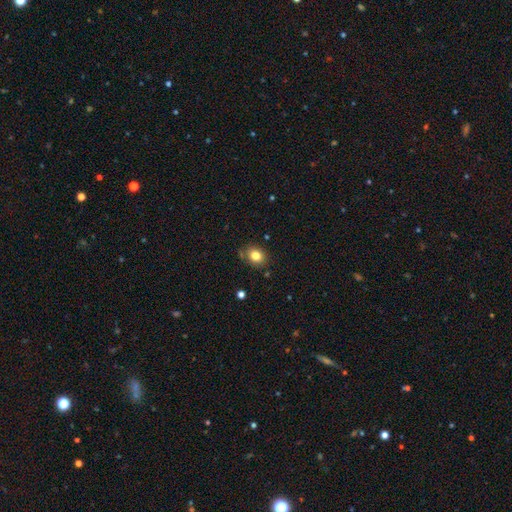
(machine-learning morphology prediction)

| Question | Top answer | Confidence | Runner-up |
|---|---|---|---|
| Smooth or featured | smooth | 82% | star or artifact (11%) |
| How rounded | round | 53% | in between (46%) |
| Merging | none | 80% | minor disturbance (14%) |